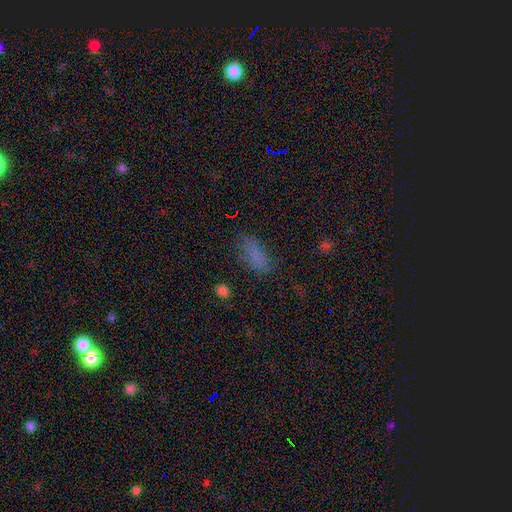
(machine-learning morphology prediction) A smooth galaxy with no disk features (76%) that is in between round and cigar-shaped (80%).

Vote fractions:
- Smooth or featured? smooth: 76% / star or artifact: 16% / featured or disk: 8%
- How rounded? in between: 80% / cigar-shaped: 17% / round: 4%
- Merging? none: 66% / minor disturbance: 23% / major disturbance: 9% / merger: 2%